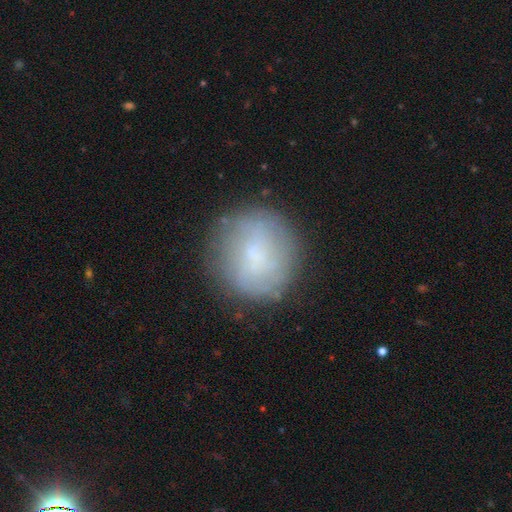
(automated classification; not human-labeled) The model was most divided on "smooth or featured": smooth: 62%, featured or disk: 28%, star or artifact: 9%. More confident: how rounded — round (91%); merging — none (78%).